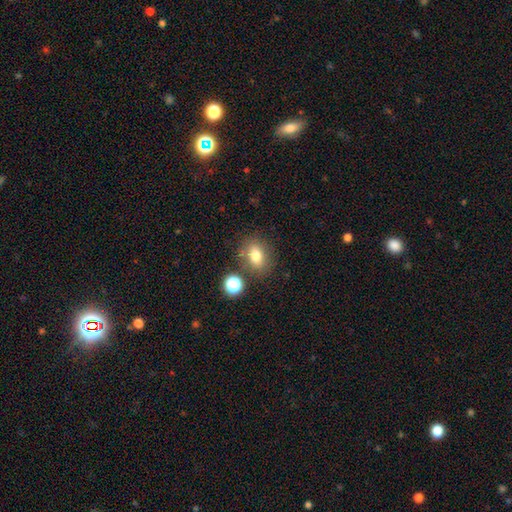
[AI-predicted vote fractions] The model was most divided on "how rounded": in between: 62%, round: 36%, cigar-shaped: 2%. More confident: smooth or featured — smooth (76%); merging — none (74%).